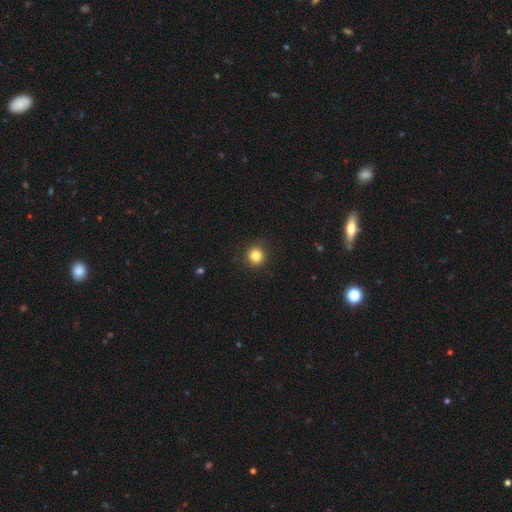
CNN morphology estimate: smooth-or-featured: smooth: 84% | star or artifact: 12% | featured or disk: 5%
  how-rounded: round: 94% | in between: 5% | cigar-shaped: 1%
  merging: none: 91% | minor disturbance: 6% | major disturbance: 2% | merger: 1%